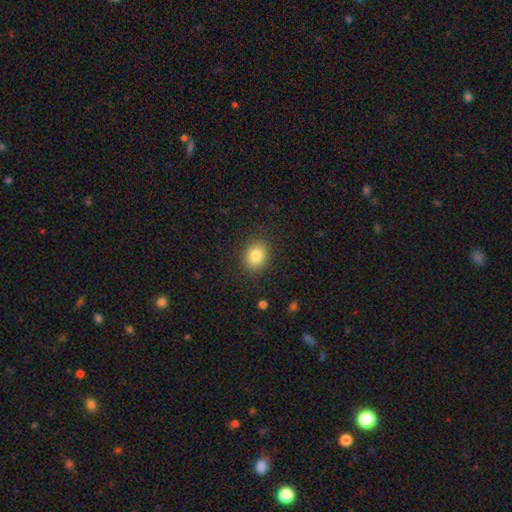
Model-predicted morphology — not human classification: type=smooth (83%); roundness=round (54%); merging=none (87%).